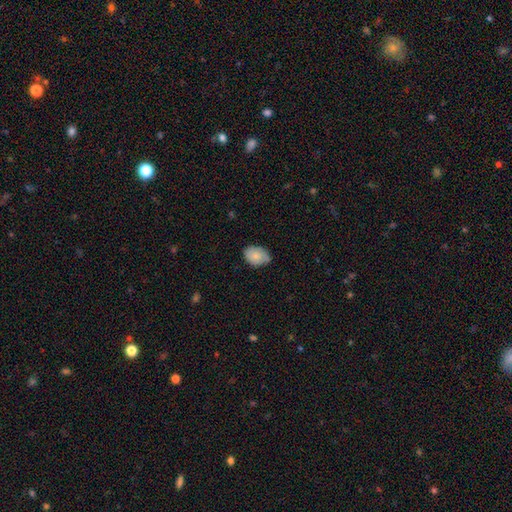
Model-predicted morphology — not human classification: type=smooth (81%); roundness=in between (78%); merging=none (66%).